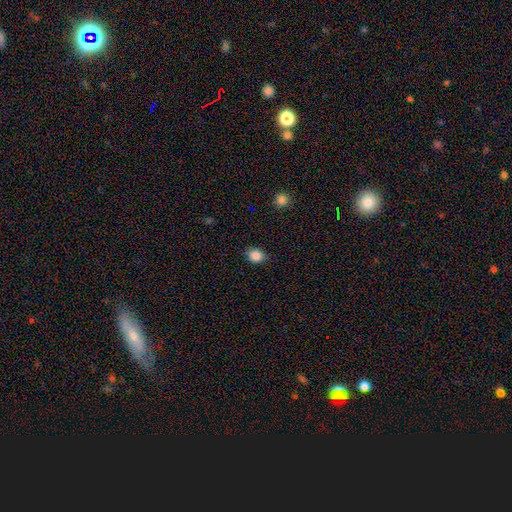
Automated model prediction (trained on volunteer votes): A smooth galaxy with no disk features (86%) that is round (59%).

Vote fractions:
- Smooth or featured? smooth: 86% / star or artifact: 10% / featured or disk: 4%
- How rounded? round: 59% / in between: 40% / cigar-shaped: 1%
- Merging? none: 83% / minor disturbance: 13% / major disturbance: 3% / merger: 1%